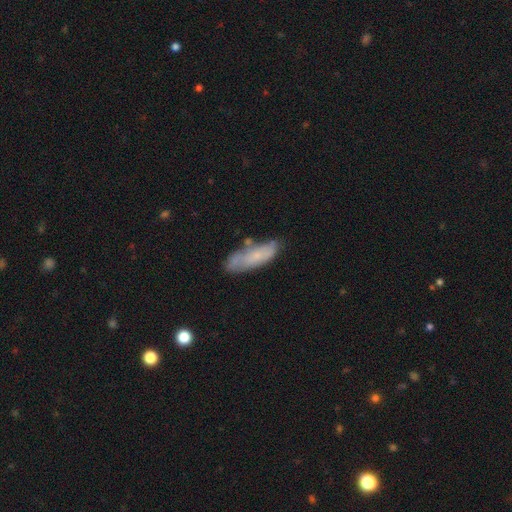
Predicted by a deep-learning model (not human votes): Smooth or featured?
  - smooth: 59% *
  - featured or disk: 34%
  - star or artifact: 7%
How rounded?
  - in between: 54% *
  - cigar-shaped: 44%
  - round: 2%
Merging?
  - none: 59% *
  - minor disturbance: 26%
  - merger: 8%
  - major disturbance: 7%